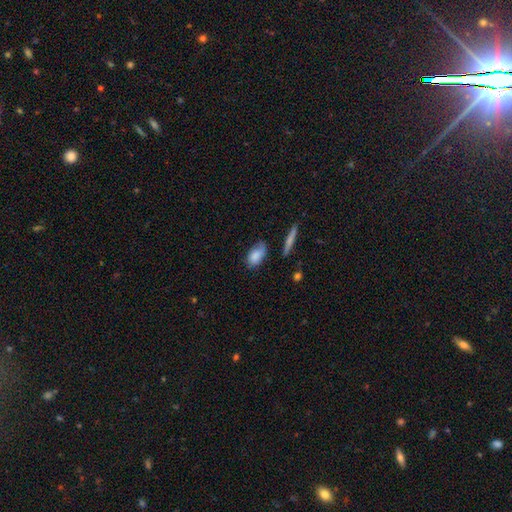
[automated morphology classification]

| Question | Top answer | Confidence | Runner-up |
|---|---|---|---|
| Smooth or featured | smooth | 80% | featured or disk (12%) |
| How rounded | in between | 88% | round (7%) |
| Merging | none | 58% | minor disturbance (30%) |